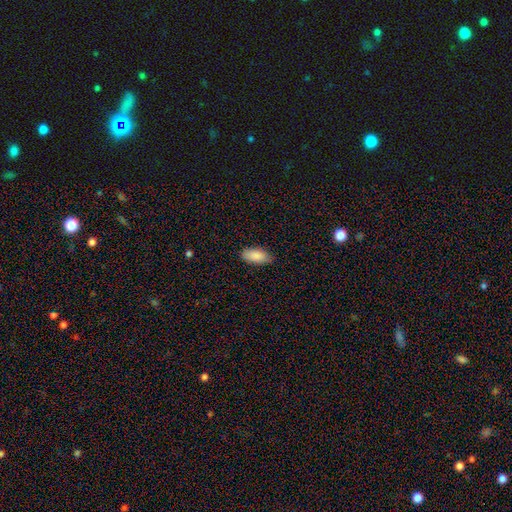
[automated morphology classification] Smooth or featured?
  - smooth: 88% *
  - star or artifact: 6%
  - featured or disk: 6%
How rounded?
  - in between: 90% *
  - cigar-shaped: 9%
  - round: 2%
Merging?
  - none: 83% *
  - minor disturbance: 14%
  - major disturbance: 2%
  - merger: 1%